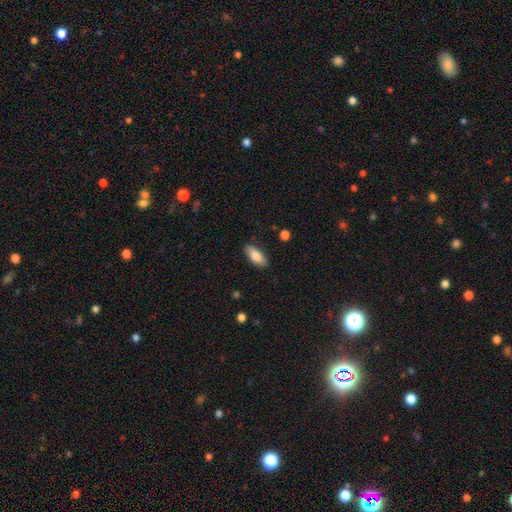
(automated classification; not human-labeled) smooth 81%, featured or disk 13%, star or artifact 6%. Down the decision tree: how rounded — in between (81%); merging — none (85%).